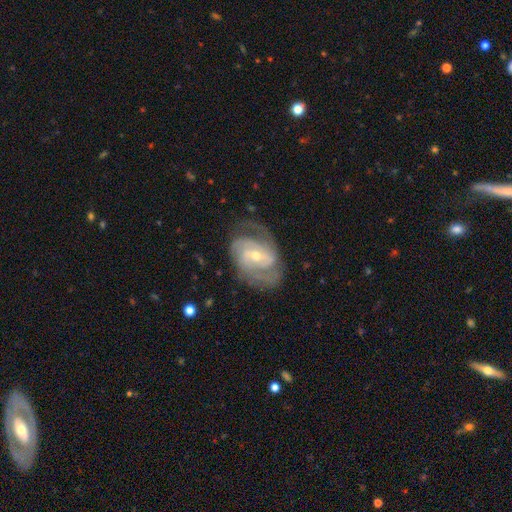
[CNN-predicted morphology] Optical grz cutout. It shows a featured or disk galaxy (88%) with a weak bar (45%), 2 (57%) medium (45%) spiral arms (96%) and a small central bulge (56%). Merging: none (68%).